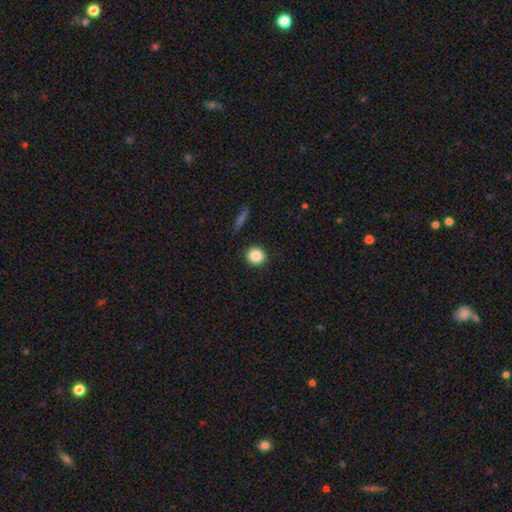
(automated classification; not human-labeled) A smooth galaxy with no disk features (86%) that is round (86%).

Vote fractions:
- Smooth or featured? smooth: 86% / star or artifact: 9% / featured or disk: 4%
- How rounded? round: 86% / in between: 12% / cigar-shaped: 1%
- Merging? none: 90% / minor disturbance: 6% / major disturbance: 2% / merger: 1%